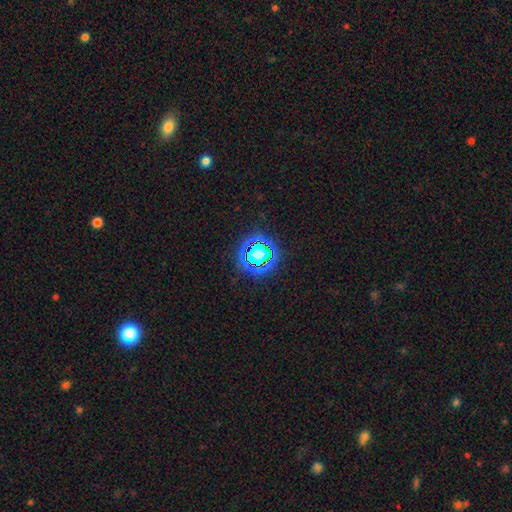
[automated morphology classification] The model was most divided on "smooth or featured": star or artifact: 77%, smooth: 15%, featured or disk: 8%.